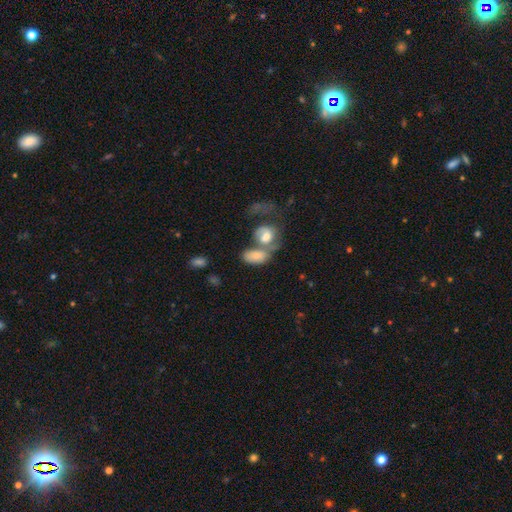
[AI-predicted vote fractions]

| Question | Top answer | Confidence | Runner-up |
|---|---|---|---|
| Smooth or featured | smooth | 70% | featured or disk (22%) |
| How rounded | in between | 86% | round (12%) |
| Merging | merger | 61% | none (21%) |